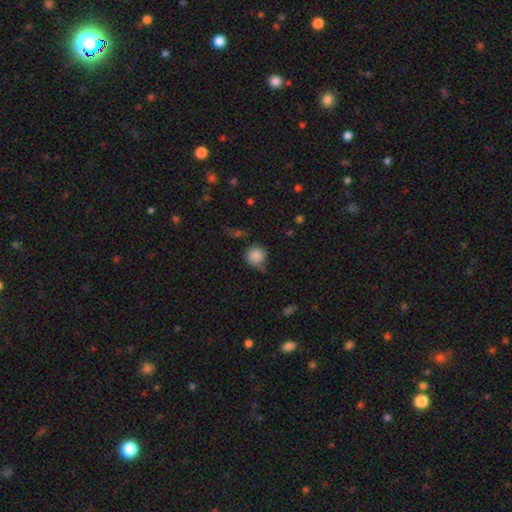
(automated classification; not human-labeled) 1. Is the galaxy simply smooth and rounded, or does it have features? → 82% smooth, 9% star or artifact, 9% featured or disk.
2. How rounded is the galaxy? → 88% round, 11% in between, 1% cigar-shaped.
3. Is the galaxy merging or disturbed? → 48% none, 34% minor disturbance, 13% major disturbance, 5% merger.